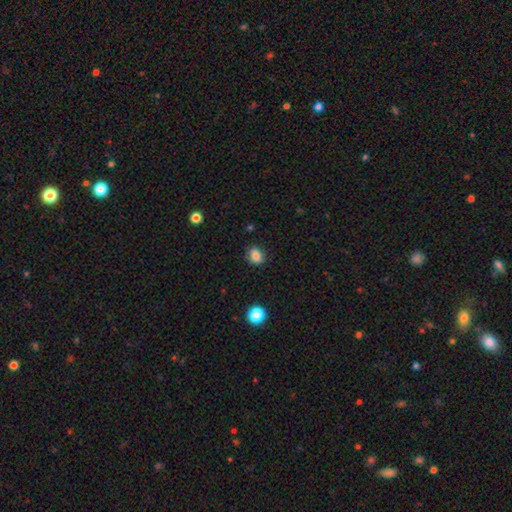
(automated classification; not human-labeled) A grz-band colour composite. It shows a smooth galaxy with no disk features (83%) that is in between round and cigar-shaped (51%). Merging: none (83%).